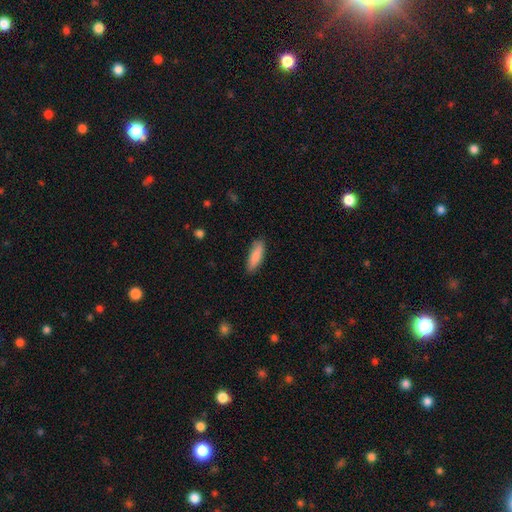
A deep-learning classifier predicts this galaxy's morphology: smooth-or-featured: smooth: 87% | featured or disk: 7% | star or artifact: 6%
  how-rounded: cigar-shaped: 57% | in between: 42% | round: 1%
  merging: none: 86% | minor disturbance: 11% | major disturbance: 2% | merger: 1%